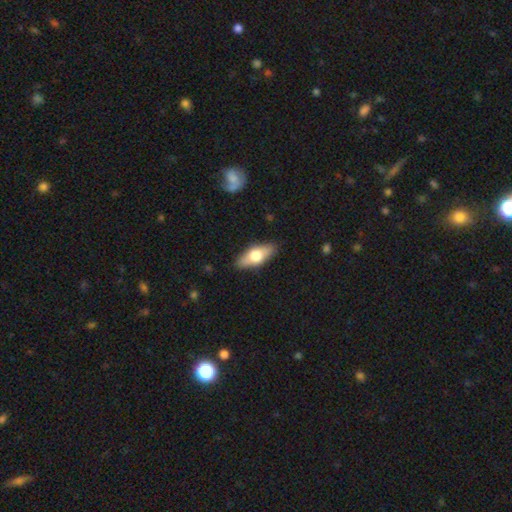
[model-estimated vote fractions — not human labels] Q: Smooth or featured?
A: smooth (58%); runner-up: featured or disk (36%)
Q: How rounded?
A: in between (73%); runner-up: cigar-shaped (23%)
Q: Merging?
A: none (88%); runner-up: minor disturbance (9%)